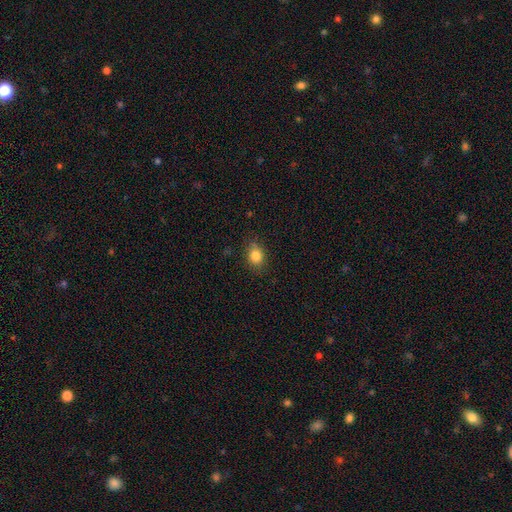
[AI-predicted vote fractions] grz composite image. It shows a smooth galaxy with no disk features (83%) that is in between round and cigar-shaped (53%). Merging: none (81%).